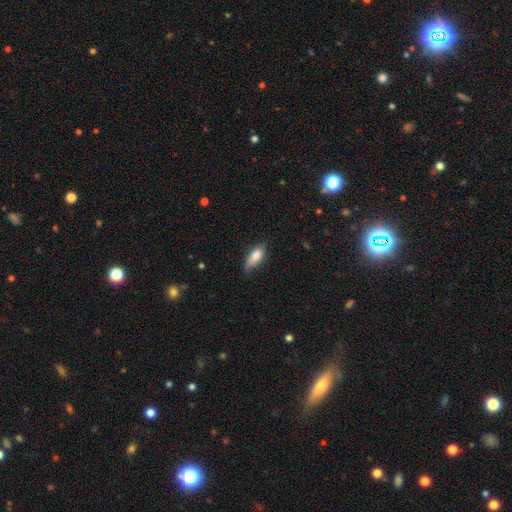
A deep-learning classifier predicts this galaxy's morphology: A smooth galaxy with no disk features (76%) that is in between round and cigar-shaped (77%).

Vote fractions:
- Smooth or featured? smooth: 76% / featured or disk: 18% / star or artifact: 7%
- How rounded? in between: 77% / cigar-shaped: 20% / round: 3%
- Merging? none: 63% / minor disturbance: 31% / major disturbance: 5% / merger: 1%